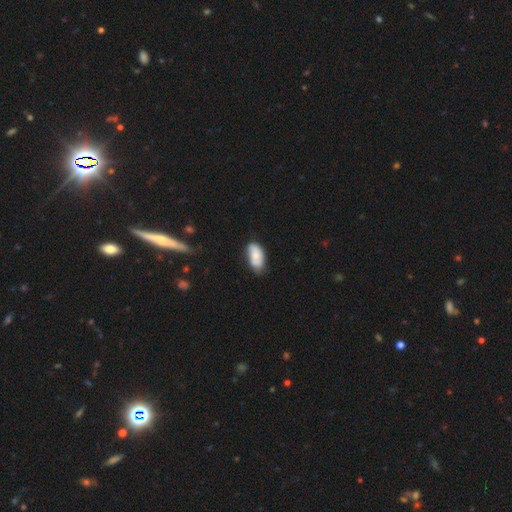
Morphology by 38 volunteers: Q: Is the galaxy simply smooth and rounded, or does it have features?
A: smooth — 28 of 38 (74%).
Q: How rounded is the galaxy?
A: in between — 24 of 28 (86%).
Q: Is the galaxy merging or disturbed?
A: minor disturbance — 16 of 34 (47%).